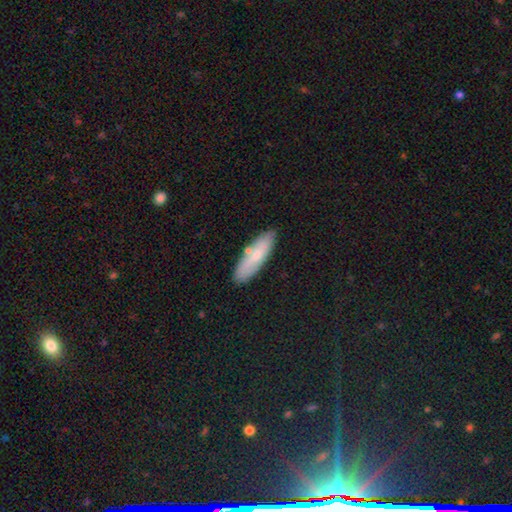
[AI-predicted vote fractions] Morphology: type=smooth (68%); roundness=cigar-shaped (58%); merging=none (80%).